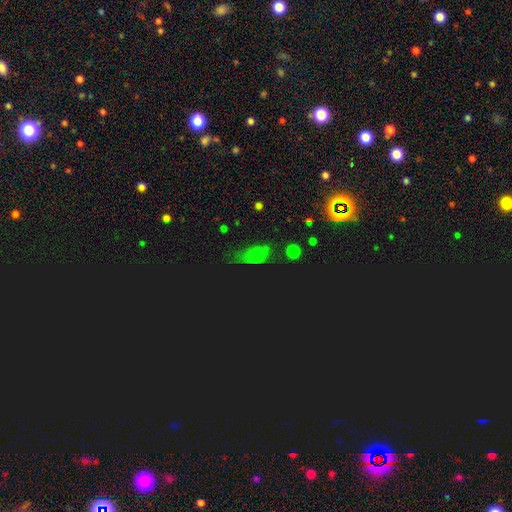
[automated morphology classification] smooth_or_featured: star or artifact (p=0.44) [tied with: smooth p=0.44]